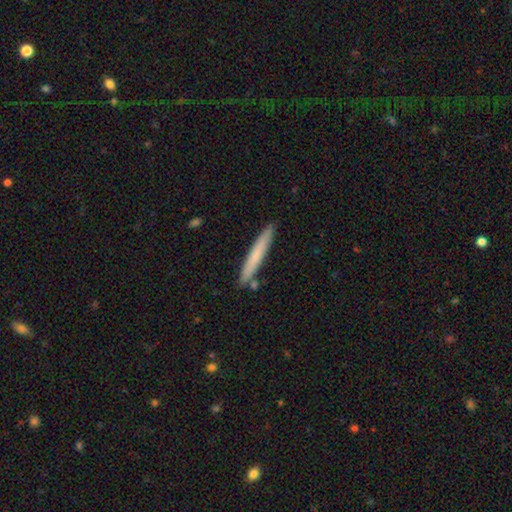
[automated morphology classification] This is likely a smooth galaxy (70%). How rounded: clearly cigar-shaped (96%). Merging: clearly none (88%).